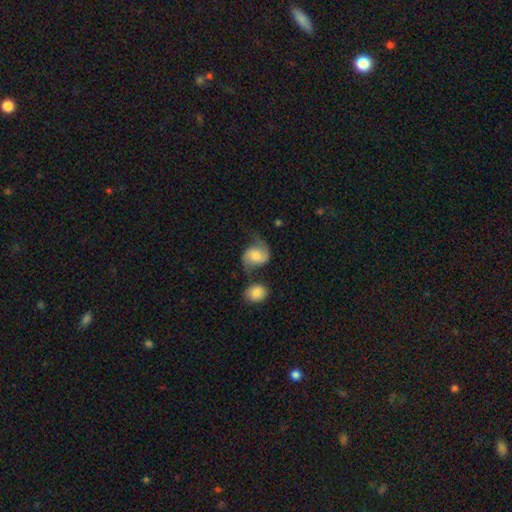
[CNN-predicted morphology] Smooth or featured? featured or disk (62%)
Edge-on disk? no (98%)
Bar? no (63%)
Spiral arms? yes (91%)
Spiral winding? medium (45%)
Spiral arm count? 2 (88%)
Bulge size? moderate (56%)
Merging? none (52%)